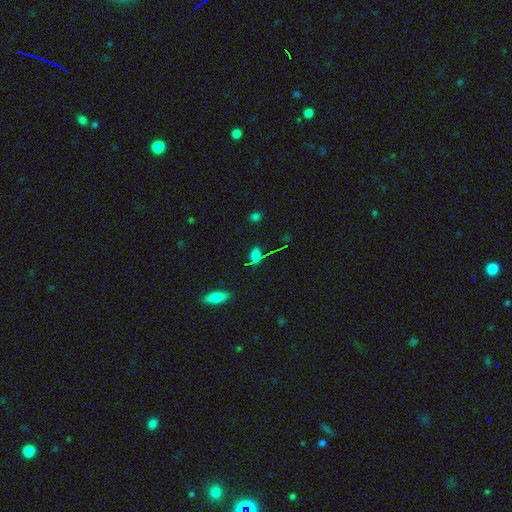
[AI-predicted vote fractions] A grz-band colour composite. It shows a smooth galaxy with no disk features (66%) that is in between round and cigar-shaped (79%). Merging: none (70%).